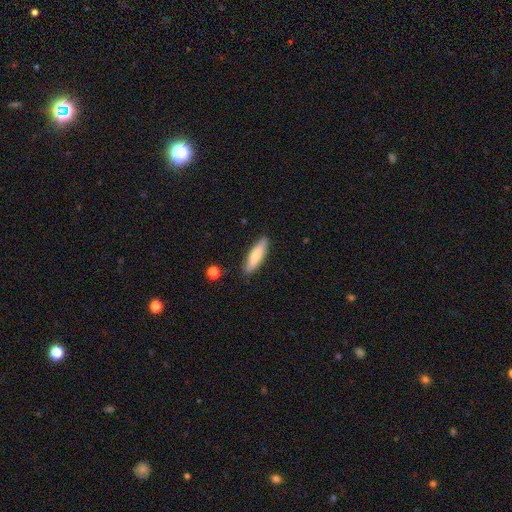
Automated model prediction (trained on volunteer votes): This appears to be a smooth galaxy with no disk features (74%) that is cigar-shaped (68%). Merging: none (86%).